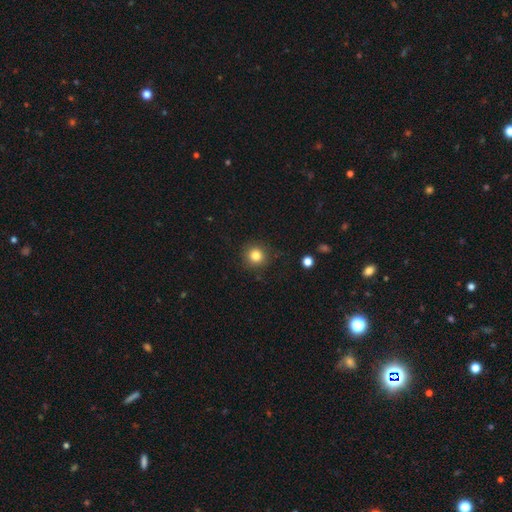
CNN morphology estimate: smooth 83%, star or artifact 11%, featured or disk 6%. Down the decision tree: how rounded — round (93%); merging — none (89%).